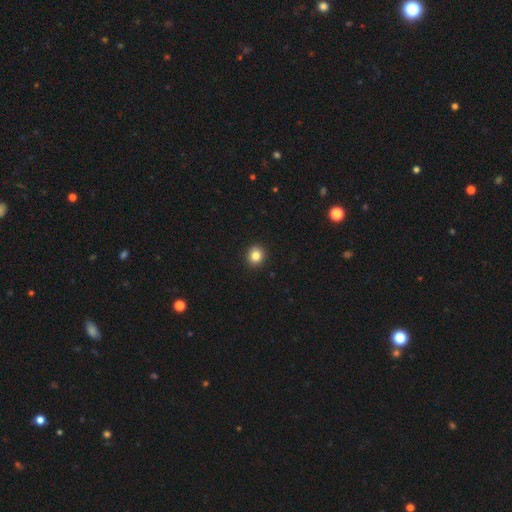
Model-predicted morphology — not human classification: A smooth galaxy with no disk features (84%) that is round (88%).

Vote fractions:
- Smooth or featured? smooth: 84% / star or artifact: 11% / featured or disk: 5%
- How rounded? round: 88% / in between: 11% / cigar-shaped: 1%
- Merging? none: 93% / minor disturbance: 5% / major disturbance: 1% / merger: 1%